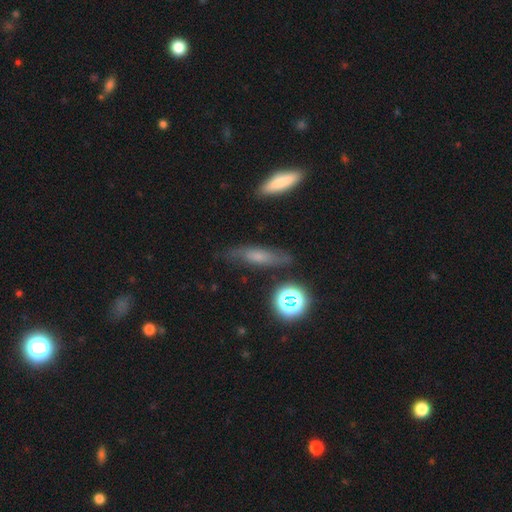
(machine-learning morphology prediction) smooth-or-featured: smooth: 50% | featured or disk: 34% | star or artifact: 17%
  merging: none: 73% | minor disturbance: 19% | major disturbance: 5% | merger: 3%